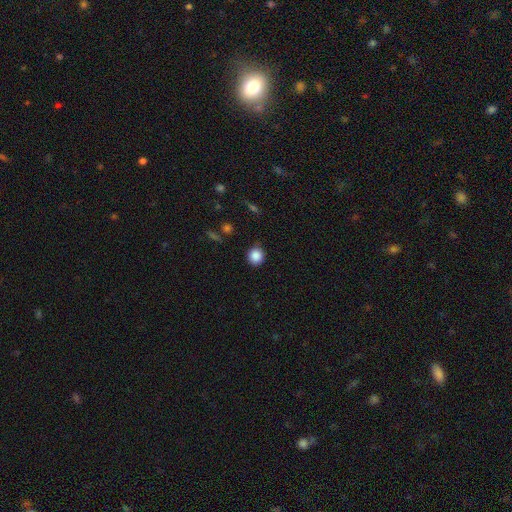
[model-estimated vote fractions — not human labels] Smooth or featured? smooth (87%)
How rounded? round (89%)
Merging? none (85%)